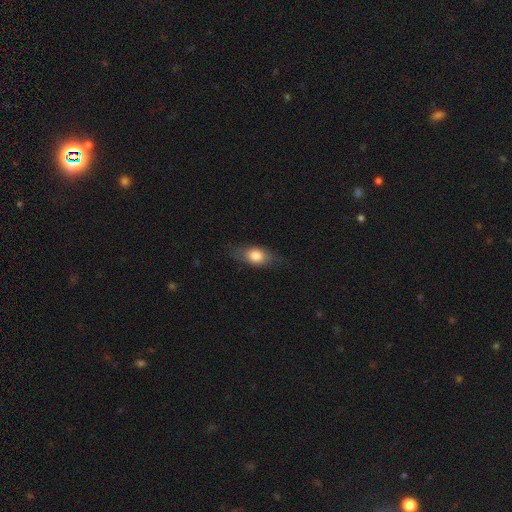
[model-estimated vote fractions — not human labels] This appears to be a smooth galaxy with no disk features (75%) that is in between round and cigar-shaped (80%). Merging: none (74%).